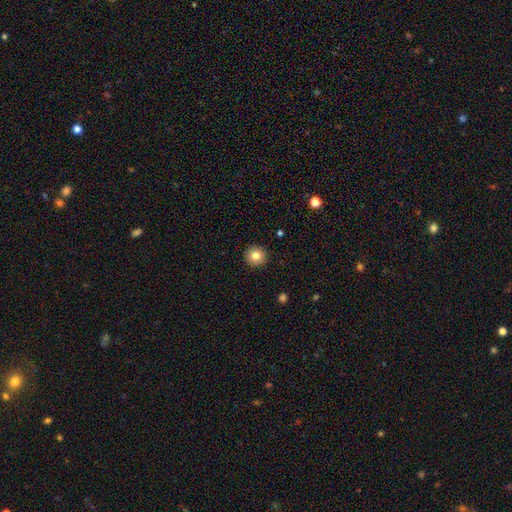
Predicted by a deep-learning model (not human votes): A smooth galaxy with no disk features (82%) that is round (95%).

Vote fractions:
- Smooth or featured? smooth: 82% / star or artifact: 10% / featured or disk: 8%
- How rounded? round: 95% / in between: 4% / cigar-shaped: 1%
- Merging? none: 93% / minor disturbance: 5% / major disturbance: 2% / merger: 1%